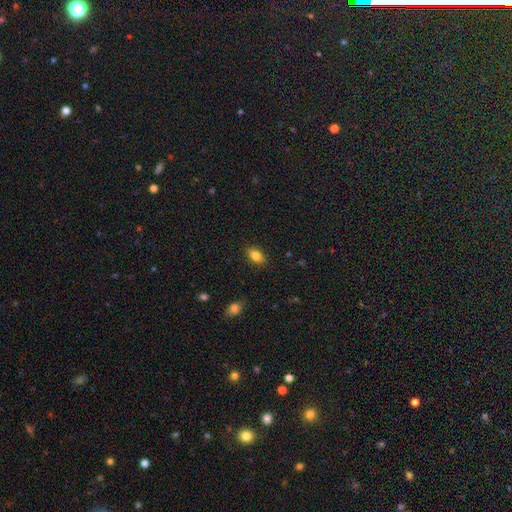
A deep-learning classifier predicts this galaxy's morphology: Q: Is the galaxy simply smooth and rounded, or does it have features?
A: smooth — 83%.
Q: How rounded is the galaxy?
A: in between — 87%.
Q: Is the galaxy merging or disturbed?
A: none — 87%.